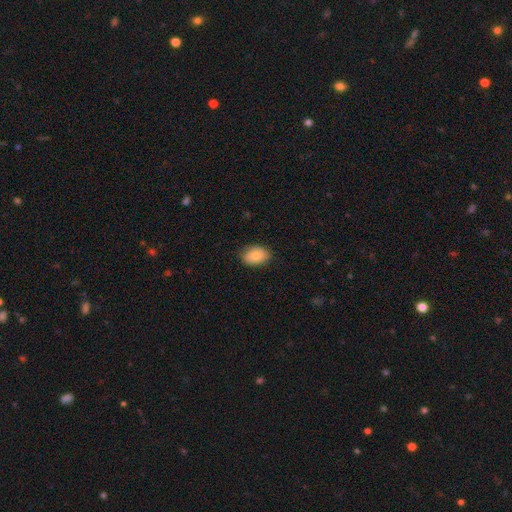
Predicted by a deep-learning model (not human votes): smooth 81%, featured or disk 12%, star or artifact 7%. Down the decision tree: how rounded — in between (83%); merging — none (82%).